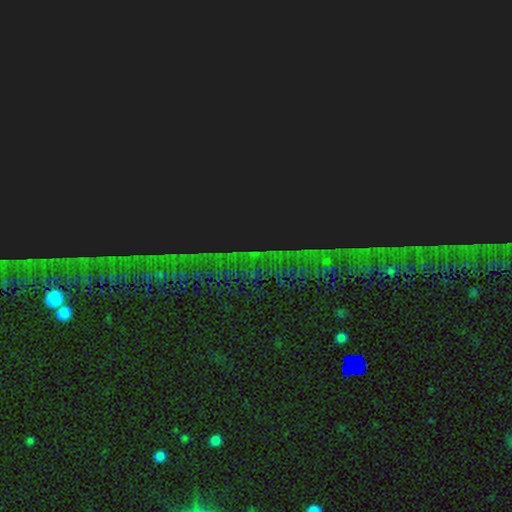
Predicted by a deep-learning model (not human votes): star or artifact 87%, featured or disk 7%, smooth 6%.